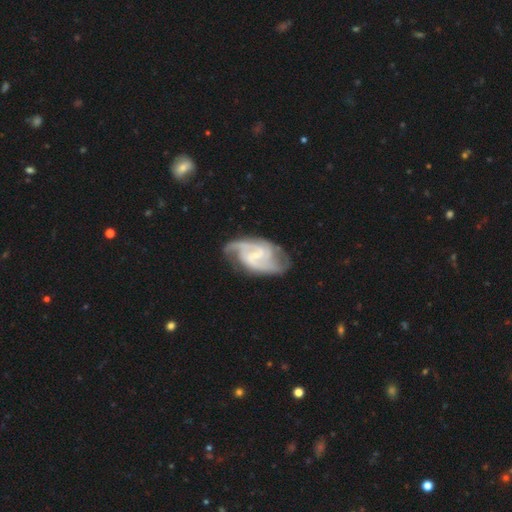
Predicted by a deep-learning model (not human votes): smooth-or-featured: featured or disk: 89% | smooth: 7% | star or artifact: 5%
  disk-edge-on: no: 97% | yes: 3%
    bar: weak: 55% | no: 24% | strong: 22%
    has-spiral-arms: yes: 97% | no: 3%
      spiral-winding: medium: 53% | tight: 27% | loose: 20%
      spiral-arm-count: 2: 72% | 3: 12% | can't tell: 8% | 4: 3% | 1: 3% | more than 4: 2%
    bulge-size: small: 63% | moderate: 17% | none: 17% | large: 1% | dominant: 1%
  merging: none: 69% | minor disturbance: 20% | major disturbance: 9% | merger: 2%